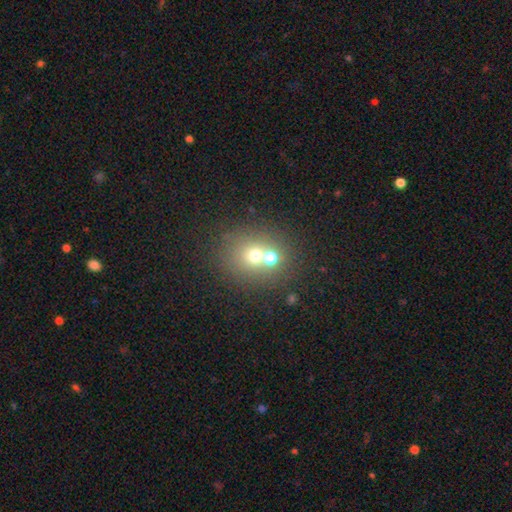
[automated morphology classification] Smooth or featured? smooth (63%)
How rounded? round (80%)
Merging? none (49%)